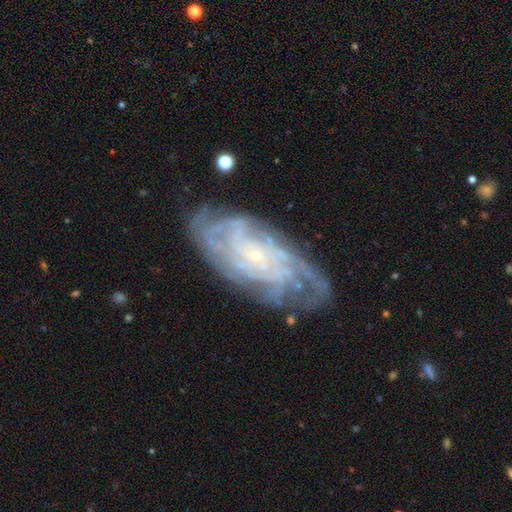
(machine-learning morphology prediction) smooth_or_featured: featured or disk (p=0.86) [alt: smooth p=0.08]
disk_edge_on: no (p=0.94) [alt: yes p=0.06]
bar: no (p=0.74) [alt: weak p=0.20]
has_spiral_arms: yes (p=0.96) [alt: no p=0.04]
spiral_winding: tight (p=0.73) [alt: medium p=0.22]
spiral_arm_count: can't tell (p=0.32) [alt: more than 4 p=0.23]
bulge_size: small (p=0.86) [alt: moderate p=0.08]
merging: none (p=0.75) [alt: minor disturbance p=0.17]